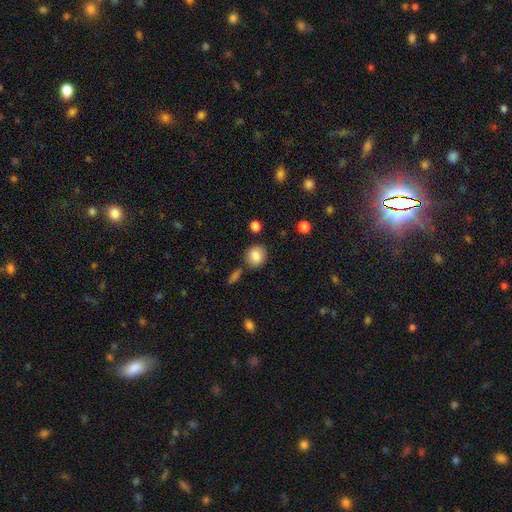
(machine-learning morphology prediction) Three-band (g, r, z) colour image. It shows a smooth galaxy with no disk features (84%) that is round (80%). Merging: none (80%).